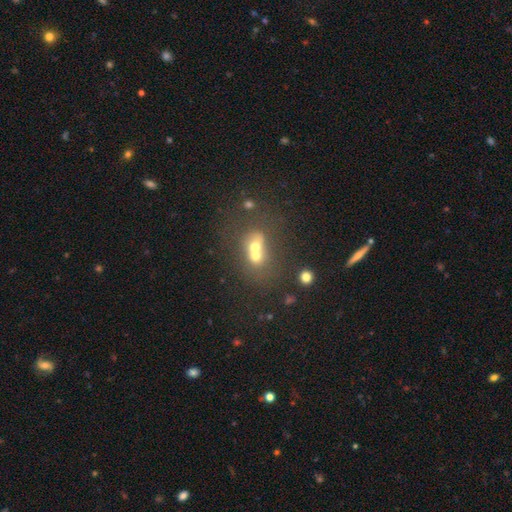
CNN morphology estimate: Smooth or featured?
  - smooth: 59% *
  - featured or disk: 26%
  - star or artifact: 15%
How rounded?
  - round: 59% *
  - in between: 40%
  - cigar-shaped: 1%
Merging?
  - merger: 68% *
  - none: 22%
  - minor disturbance: 6%
  - major disturbance: 5%